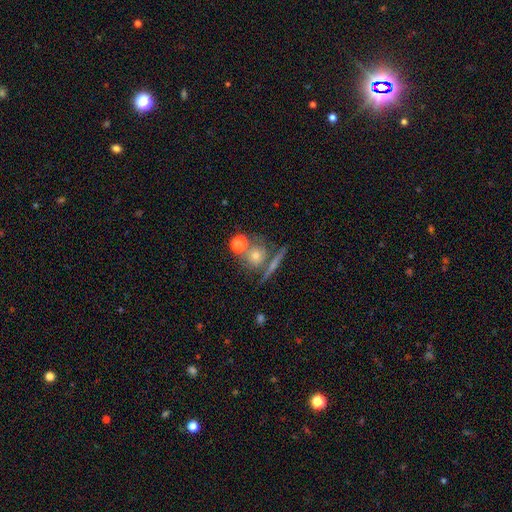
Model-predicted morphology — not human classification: A smooth galaxy with no disk features (56%) that is round (84%). Merging: none (57%).